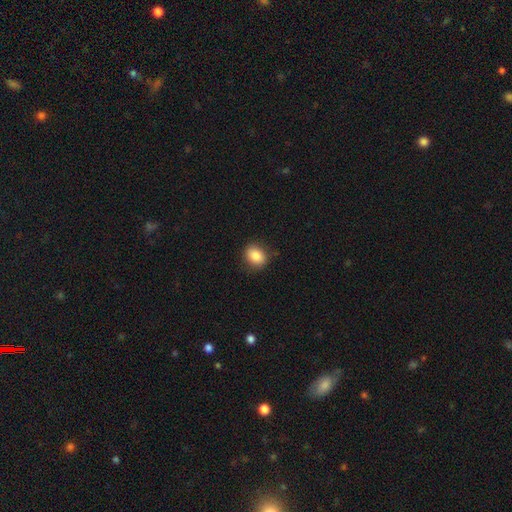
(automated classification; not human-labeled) smooth 85%, star or artifact 9%, featured or disk 6%. Down the decision tree: how rounded — round (50%); merging — none (85%).